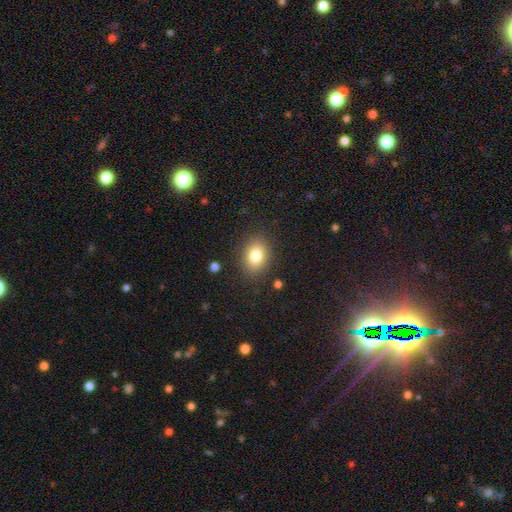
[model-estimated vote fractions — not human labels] A smooth galaxy with no disk features (80%) that is in between round and cigar-shaped (59%).

Vote fractions:
- Smooth or featured? smooth: 80% / star or artifact: 11% / featured or disk: 9%
- How rounded? in between: 59% / round: 40% / cigar-shaped: 1%
- Merging? none: 86% / minor disturbance: 9% / major disturbance: 3% / merger: 1%